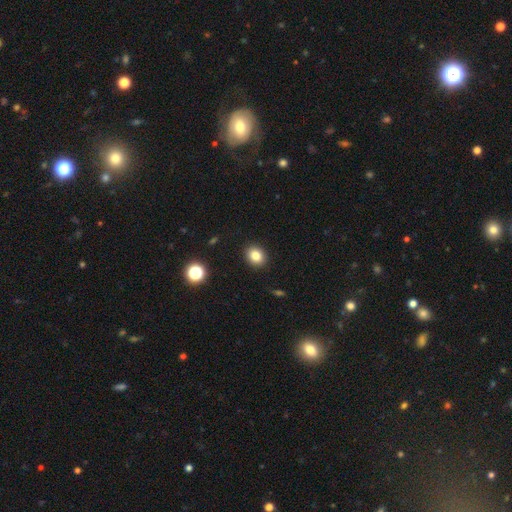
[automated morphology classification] smooth_or_featured: smooth (p=0.83) [alt: star or artifact p=0.11]
how_rounded: round (p=0.60) [alt: in between p=0.39]
merging: none (p=0.91) [alt: minor disturbance p=0.06]